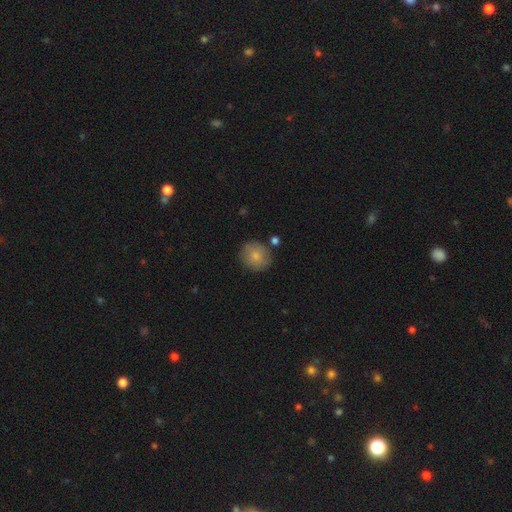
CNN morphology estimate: smooth 80%, featured or disk 13%, star or artifact 7%. Down the decision tree: how rounded — round (86%); merging — none (77%).